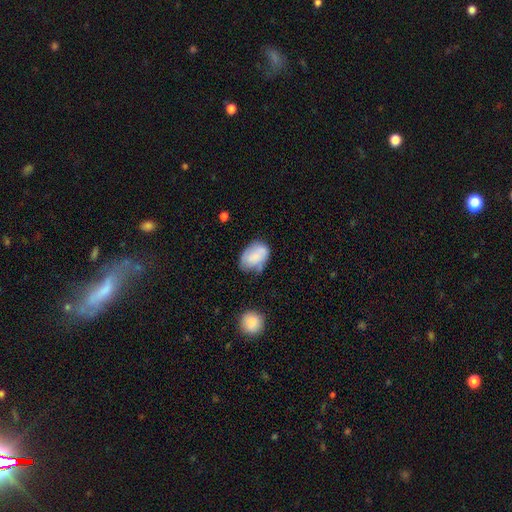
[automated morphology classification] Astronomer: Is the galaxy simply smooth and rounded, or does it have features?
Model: smooth — 75%.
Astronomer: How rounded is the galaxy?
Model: in between — 83%.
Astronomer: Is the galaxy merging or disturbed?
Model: none — 50% (runner-up: minor disturbance, 33%).